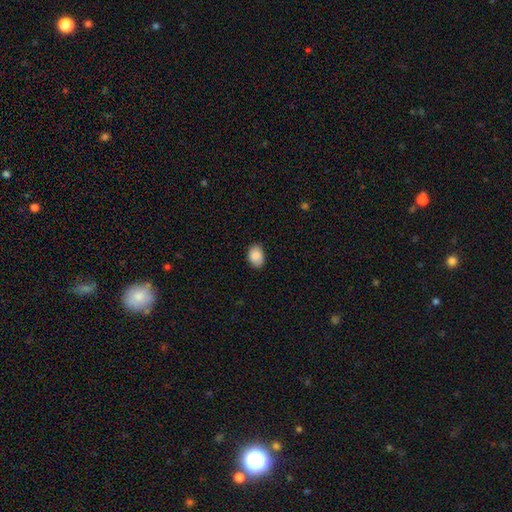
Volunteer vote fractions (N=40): This is clearly a smooth galaxy (92%). How rounded: clearly in between (86%). Merging: clearly none (86%).